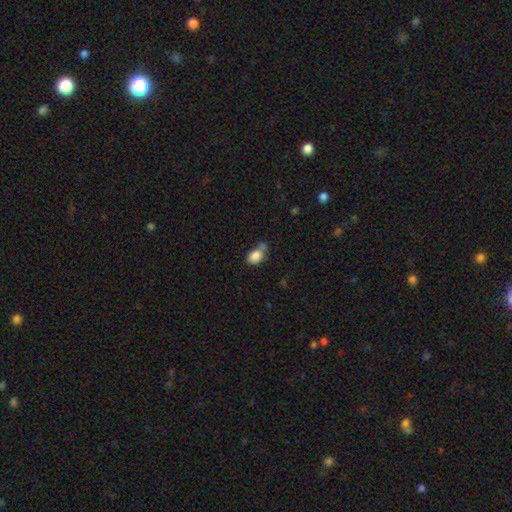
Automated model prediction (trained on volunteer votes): Q: Smooth or featured?
A: smooth (84%); runner-up: star or artifact (9%)
Q: How rounded?
A: in between (75%); runner-up: round (23%)
Q: Merging?
A: none (42%); runner-up: minor disturbance (29%)